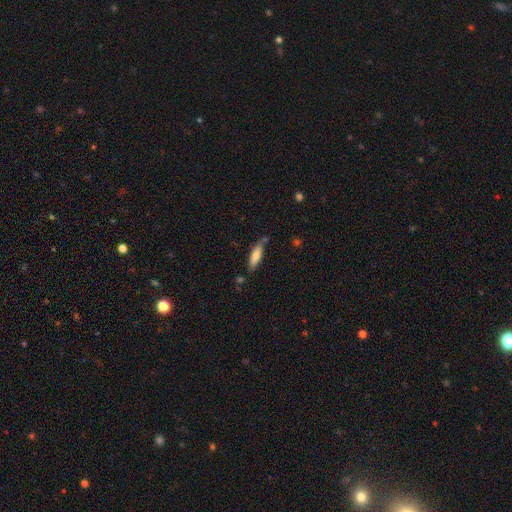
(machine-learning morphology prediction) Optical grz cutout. It shows a smooth galaxy with no disk features (73%) that is cigar-shaped (59%). Merging: none (70%).